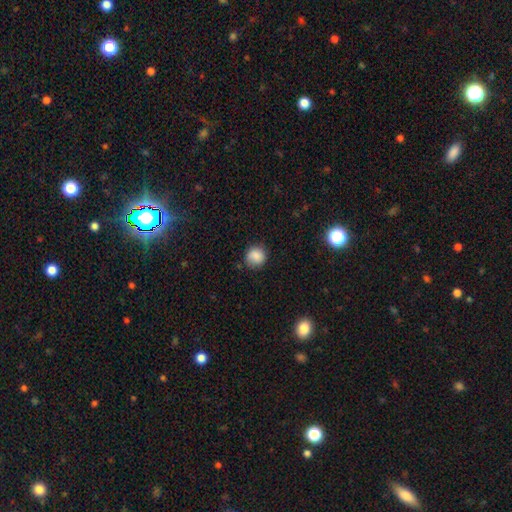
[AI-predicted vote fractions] The model was most divided on "merging": none: 78%, minor disturbance: 16%, major disturbance: 4%, merger: 2%. More confident: smooth or featured — smooth (86%); how rounded — round (85%).